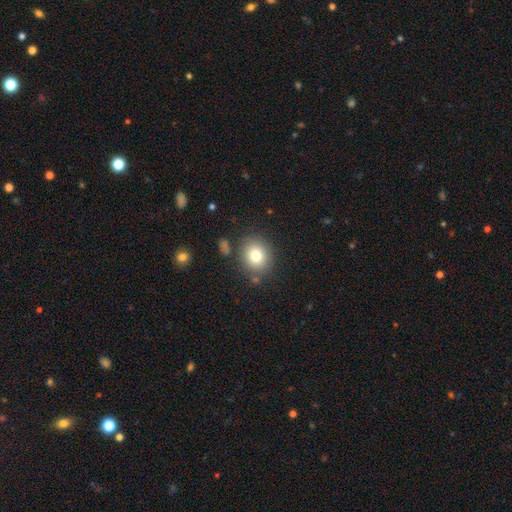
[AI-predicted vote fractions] smooth_or_featured: smooth (p=0.79) [alt: star or artifact p=0.11]
how_rounded: round (p=0.77) [alt: in between p=0.22]
merging: none (p=0.82) [alt: minor disturbance p=0.10]